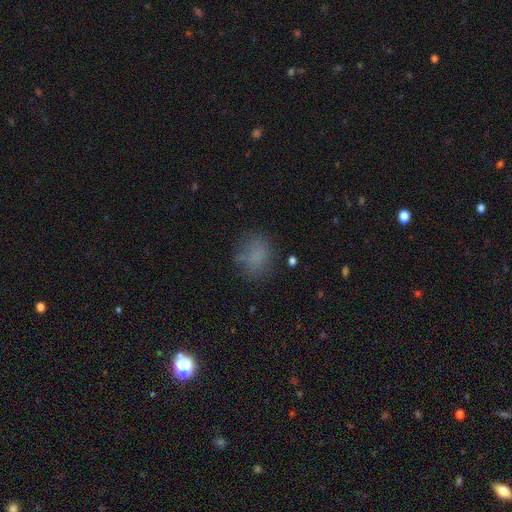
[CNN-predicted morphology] Smooth or featured?
  - smooth: 74% *
  - star or artifact: 15%
  - featured or disk: 11%
How rounded?
  - round: 67% *
  - in between: 32%
  - cigar-shaped: 1%
Merging?
  - none: 70% *
  - minor disturbance: 18%
  - major disturbance: 9%
  - merger: 3%